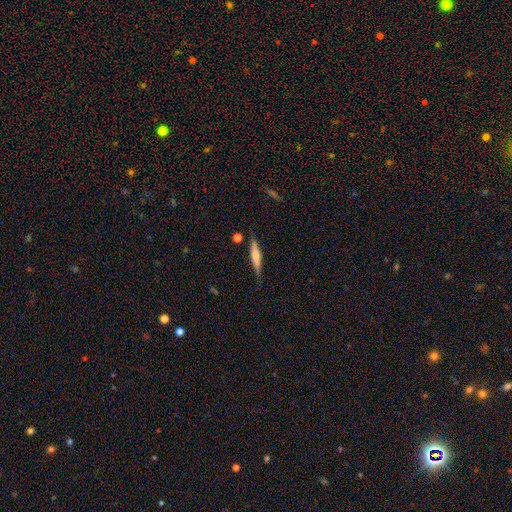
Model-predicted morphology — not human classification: Smooth or featured?
  - featured or disk: 47% * (tied)
  - smooth: 47% * (tied)
  - star or artifact: 6%
Merging?
  - none: 83% *
  - minor disturbance: 12%
  - major disturbance: 3%
  - merger: 2%